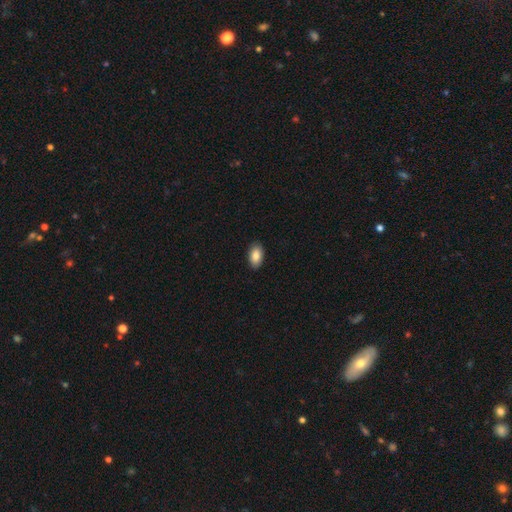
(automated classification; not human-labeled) The model was most divided on "smooth or featured": smooth: 86%, featured or disk: 7%, star or artifact: 7%. More confident: how rounded — in between (94%); merging — none (90%).